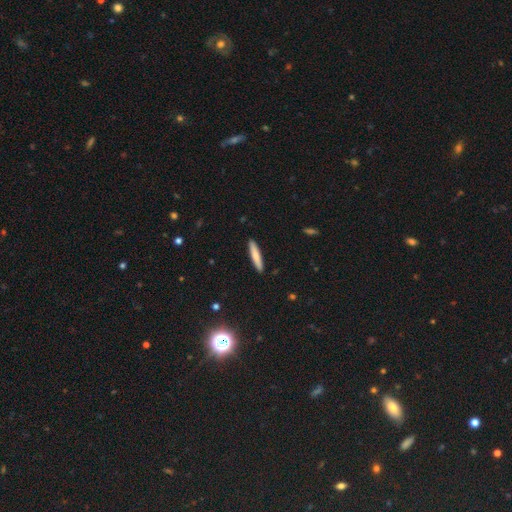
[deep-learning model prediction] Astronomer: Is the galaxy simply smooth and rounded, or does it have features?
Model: smooth — 78%.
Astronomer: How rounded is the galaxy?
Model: cigar-shaped — 91%.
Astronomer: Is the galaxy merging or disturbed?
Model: none — 91%.